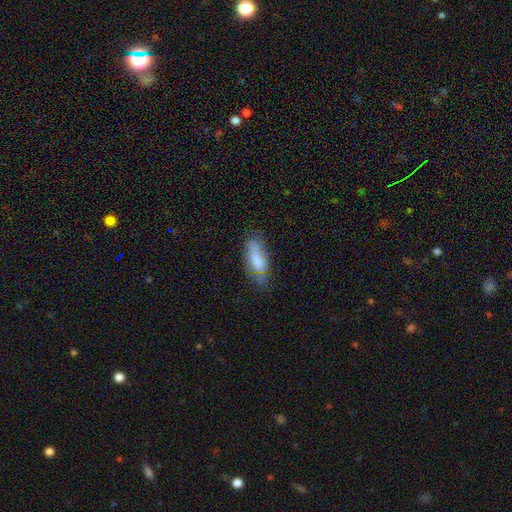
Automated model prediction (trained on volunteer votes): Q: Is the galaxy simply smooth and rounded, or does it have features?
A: smooth — 61%.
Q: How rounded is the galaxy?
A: in between — 65%.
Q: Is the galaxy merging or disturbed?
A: none — 66%.